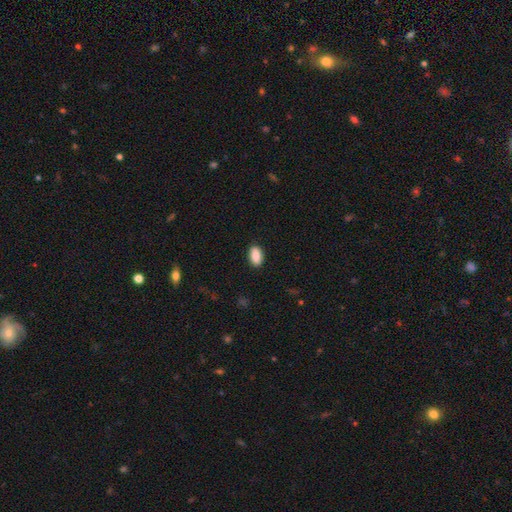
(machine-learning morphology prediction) Overall: smooth (89%). How rounded: in between (91%). Merging: none (89%).